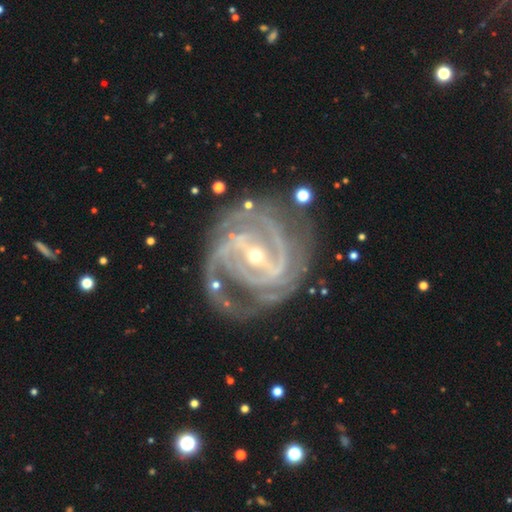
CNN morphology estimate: A featured or disk galaxy (92%) with a strong bar (60%), 2 (38%) tight (59%) spiral arms (98%) and a small central bulge (64%). Merging: none (65%).